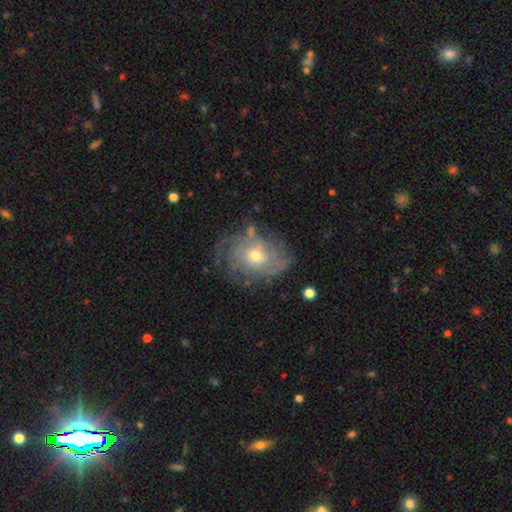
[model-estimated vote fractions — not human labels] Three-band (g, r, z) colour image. It shows a featured or disk galaxy (76%) with no bar (79%), tight (60%) spiral arms (85%) and a moderate central bulge (56%). Merging: none (65%).